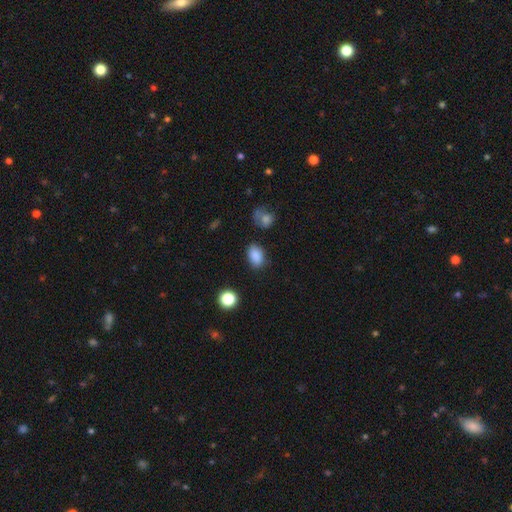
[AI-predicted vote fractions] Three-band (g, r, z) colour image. It shows a smooth galaxy with no disk features (86%) that is in between round and cigar-shaped (85%). Merging: none (78%).